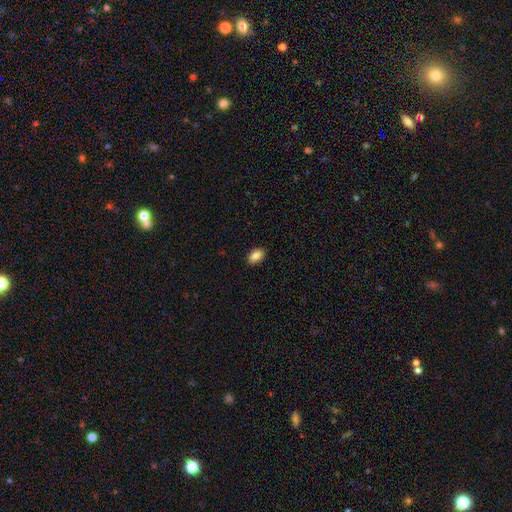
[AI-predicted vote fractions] This appears to be a smooth galaxy with no disk features (87%) that is in between round and cigar-shaped (90%). Merging: none (89%).